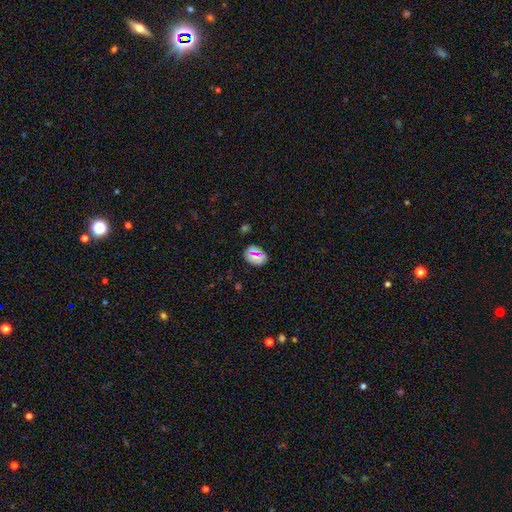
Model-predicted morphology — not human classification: Smooth or featured?
  - smooth: 68% *
  - star or artifact: 17%
  - featured or disk: 15%
How rounded?
  - in between: 65% *
  - round: 33%
  - cigar-shaped: 2%
Merging?
  - none: 80% *
  - minor disturbance: 12%
  - merger: 4%
  - major disturbance: 3%